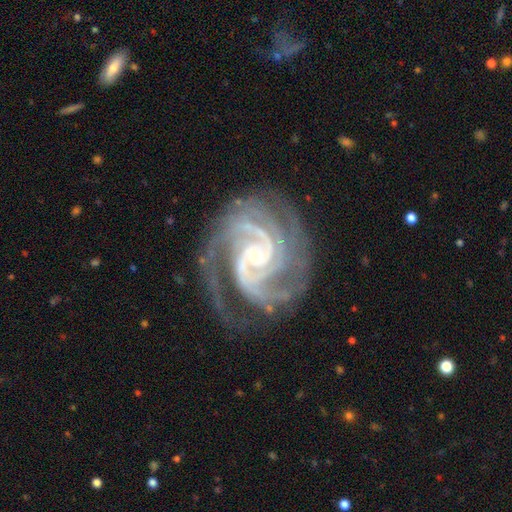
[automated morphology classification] smooth-or-featured: featured or disk: 94% | star or artifact: 4% | smooth: 2%
  disk-edge-on: no: 98% | yes: 2%
    bar: no: 54% | weak: 31% | strong: 15%
    has-spiral-arms: yes: 99% | no: 1%
      spiral-winding: tight: 66% | medium: 31% | loose: 3%
      spiral-arm-count: 3: 35% | 2: 24% | 4: 18% | can't tell: 9% | more than 4: 8% | 1: 7%
    bulge-size: small: 77% | moderate: 18% | none: 3% | large: 1% | dominant: 1%
  merging: none: 74% | minor disturbance: 17% | major disturbance: 8% | merger: 1%